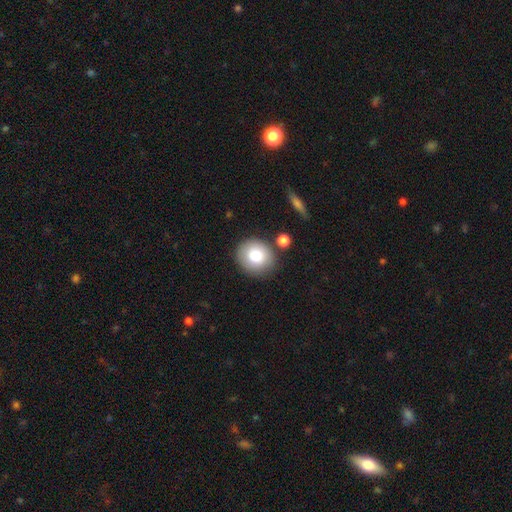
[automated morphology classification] type=smooth (80%); roundness=round (83%); merging=none (79%).